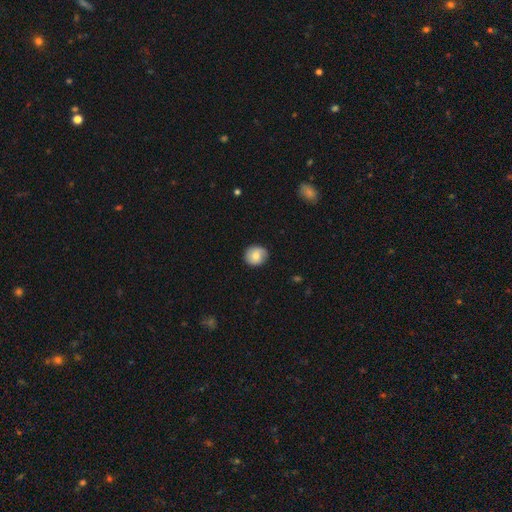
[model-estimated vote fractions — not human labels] Smooth or featured: smooth — 69% (featured or disk — 23%)
How rounded: round — 82% (in between — 17%)
Merging: none — 83% (minor disturbance — 13%)